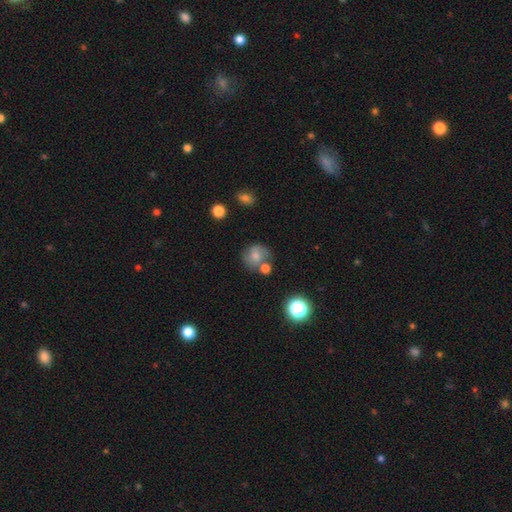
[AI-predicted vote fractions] smooth-or-featured: smooth: 51% | featured or disk: 36% | star or artifact: 13%
  how-rounded: round: 79% | in between: 20% | cigar-shaped: 1%
  merging: none: 56% | merger: 18% | minor disturbance: 18% | major disturbance: 8%